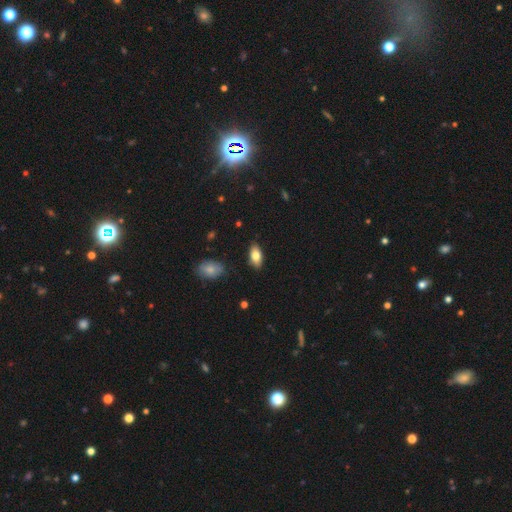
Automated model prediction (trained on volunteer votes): smooth-or-featured: smooth: 80% | featured or disk: 13% | star or artifact: 7%
  how-rounded: in between: 90% | cigar-shaped: 7% | round: 3%
  merging: none: 86% | minor disturbance: 10% | major disturbance: 2% | merger: 1%